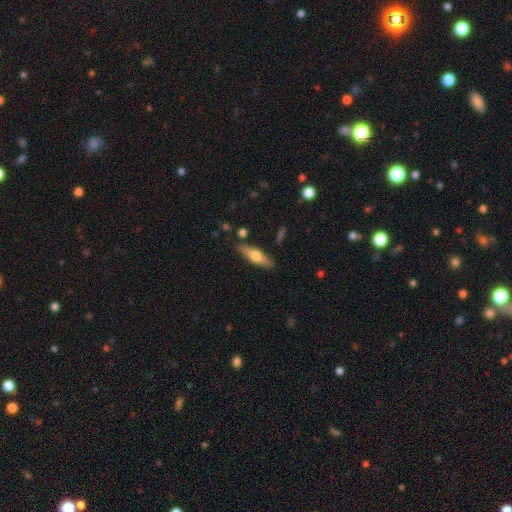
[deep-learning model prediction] Q: Smooth or featured?
A: featured or disk (51%); runner-up: smooth (43%)
Q: Edge-on disk?
A: yes (92%); runner-up: no (8%)
Q: Merging?
A: none (85%); runner-up: minor disturbance (10%)